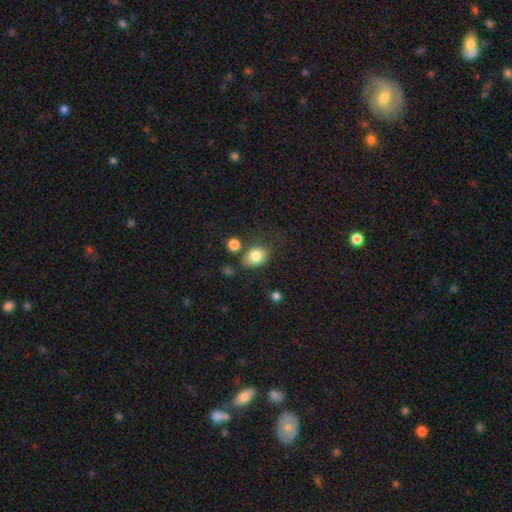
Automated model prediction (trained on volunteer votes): Q: Smooth or featured?
A: smooth (81%); runner-up: star or artifact (10%)
Q: How rounded?
A: in between (57%); runner-up: round (42%)
Q: Merging?
A: none (61%); runner-up: minor disturbance (21%)